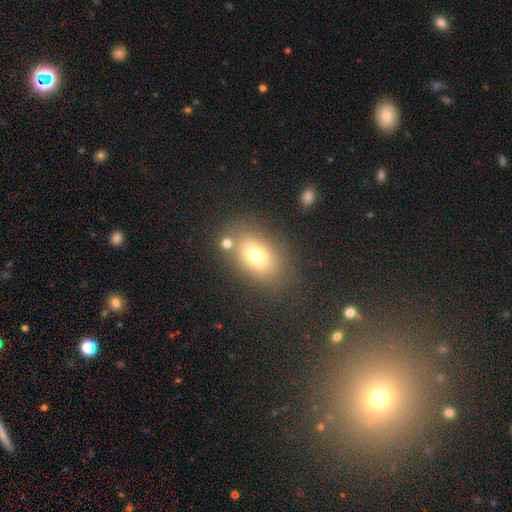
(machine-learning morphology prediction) This is likely a smooth galaxy (72%). How rounded: likely in between (79%). Merging: likely none (72%).